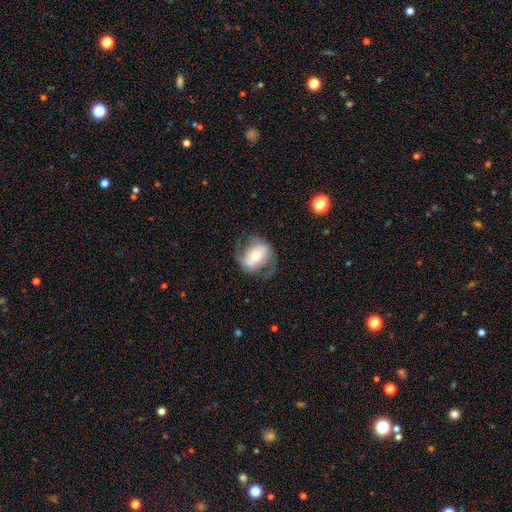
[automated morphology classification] A featured or disk galaxy (65%) with no bar (39%), spiral arms (76%) and a moderate central bulge (66%). Merging: none (67%).